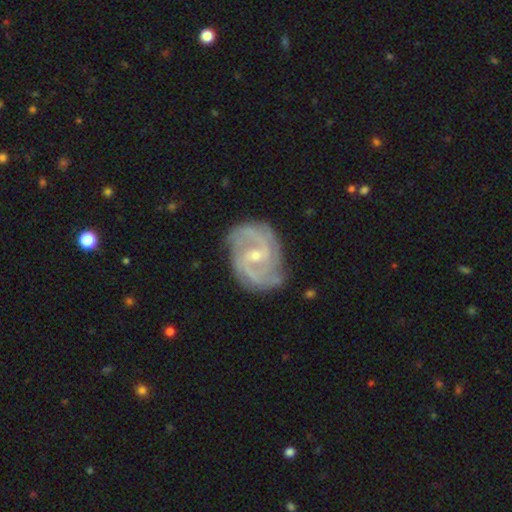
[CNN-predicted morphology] type=featured or disk (89%); edge-on=no (97%); bar=weak (50%); spiral arms=yes (97%); winding=medium (47%); arm count=2 (59%); bulge=small (61%); merging=none (73%).